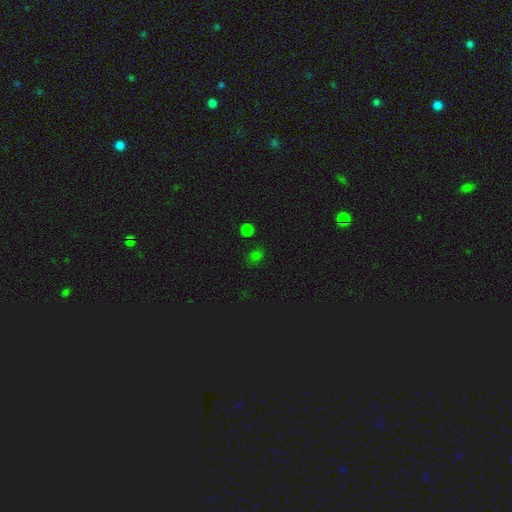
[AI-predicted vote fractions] A smooth galaxy with no disk features (64%) that is round (62%).

Vote fractions:
- Smooth or featured? smooth: 64% / star or artifact: 31% / featured or disk: 5%
- How rounded? round: 62% / in between: 36% / cigar-shaped: 1%
- Merging? none: 76% / minor disturbance: 14% / merger: 5% / major disturbance: 5%